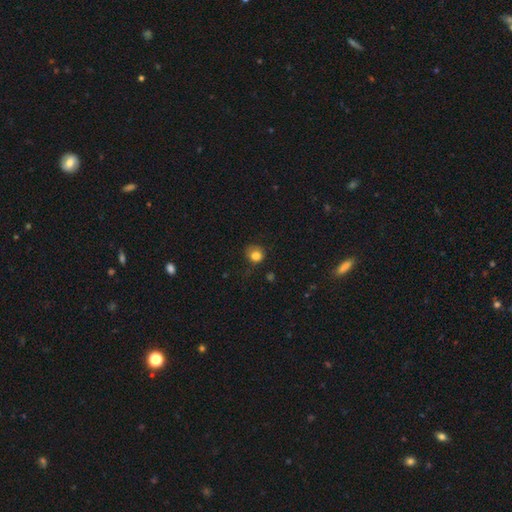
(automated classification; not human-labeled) A smooth galaxy with no disk features (81%) that is round (76%). Merging: none (58%).